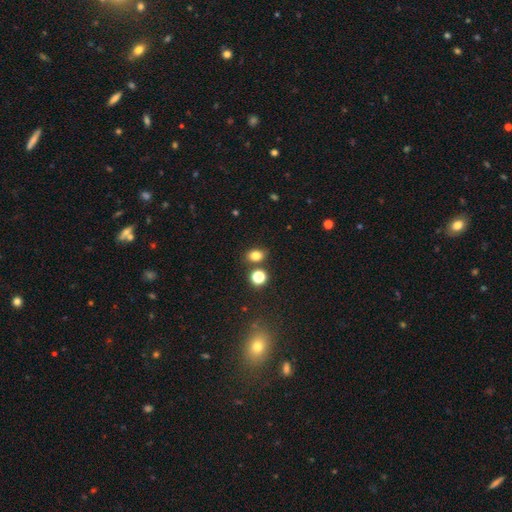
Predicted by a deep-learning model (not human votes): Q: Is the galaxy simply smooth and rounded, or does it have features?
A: smooth — 78%.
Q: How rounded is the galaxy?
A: in between — 57%.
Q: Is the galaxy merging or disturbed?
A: none — 77%.